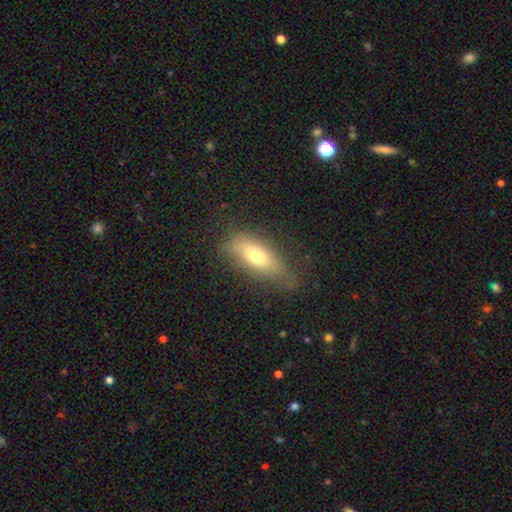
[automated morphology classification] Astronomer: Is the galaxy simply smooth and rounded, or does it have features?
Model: smooth — 65%.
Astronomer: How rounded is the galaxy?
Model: in between — 70%.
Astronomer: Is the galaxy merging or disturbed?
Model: none — 62%.